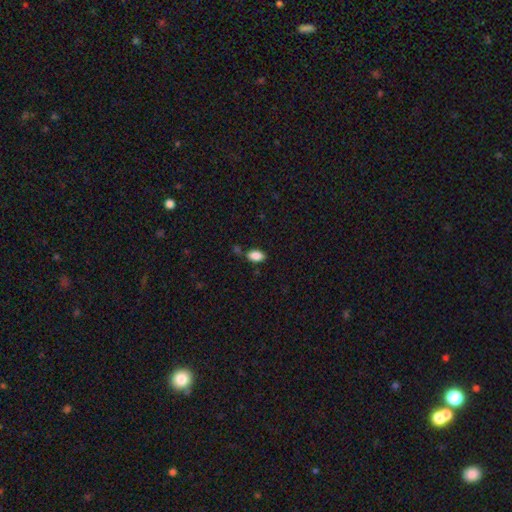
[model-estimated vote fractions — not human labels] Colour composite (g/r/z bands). It shows a smooth galaxy with no disk features (88%) that is in between round and cigar-shaped (92%). Merging: none (74%).